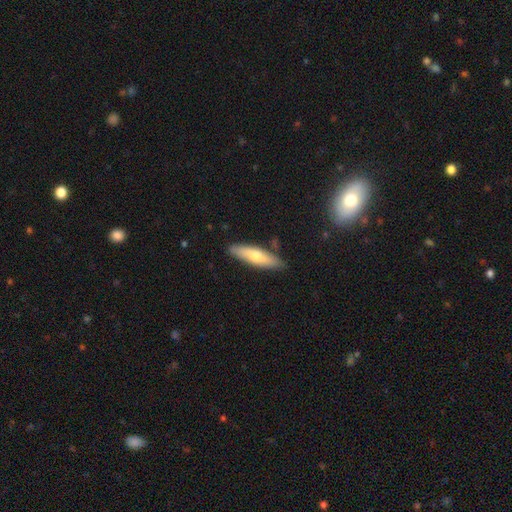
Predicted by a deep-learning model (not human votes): Overall: smooth (60%; featured or disk 34%). How rounded: cigar-shaped (69%; in between 30%). Merging: none (84%).